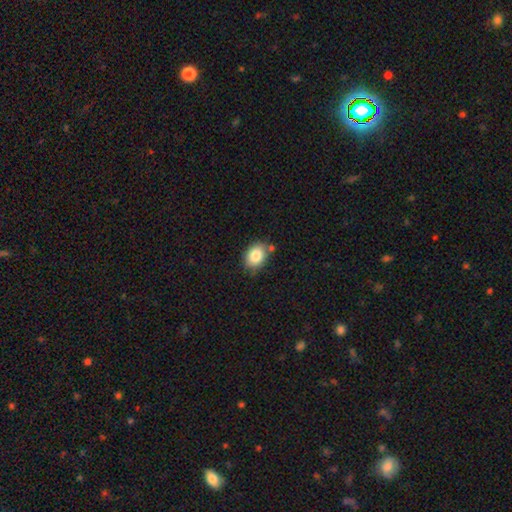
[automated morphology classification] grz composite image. It shows a smooth galaxy with no disk features (83%) that is in between round and cigar-shaped (69%). Merging: none (72%).